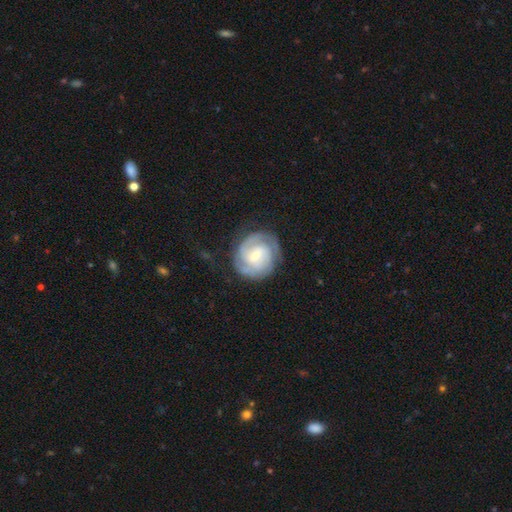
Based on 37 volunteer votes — Smooth or featured? 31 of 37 (84%) said featured or disk. Edge-on disk? 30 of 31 (97%) said no. Bar? 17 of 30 (57%) said weak. Spiral arms? 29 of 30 (97%) said yes. Spiral winding? 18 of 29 (62%) said tight. Spiral arm count? 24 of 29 (83%) said 2. Bulge size? 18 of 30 (60%) said small. Merging? 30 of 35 (86%) said none.